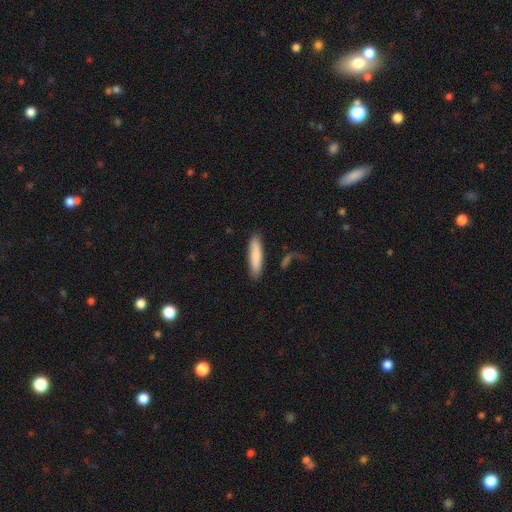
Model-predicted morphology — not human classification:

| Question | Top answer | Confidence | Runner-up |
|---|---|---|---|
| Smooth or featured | smooth | 82% | featured or disk (12%) |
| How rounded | cigar-shaped | 76% | in between (23%) |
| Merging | none | 84% | minor disturbance (10%) |